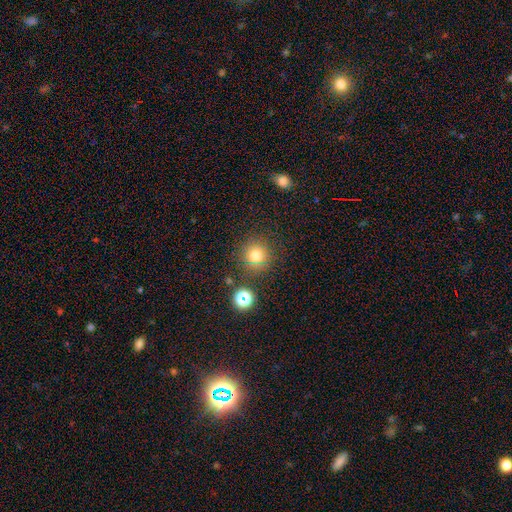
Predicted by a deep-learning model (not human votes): This is likely a smooth galaxy (76%). How rounded: clearly round (94%). Merging: clearly none (85%).